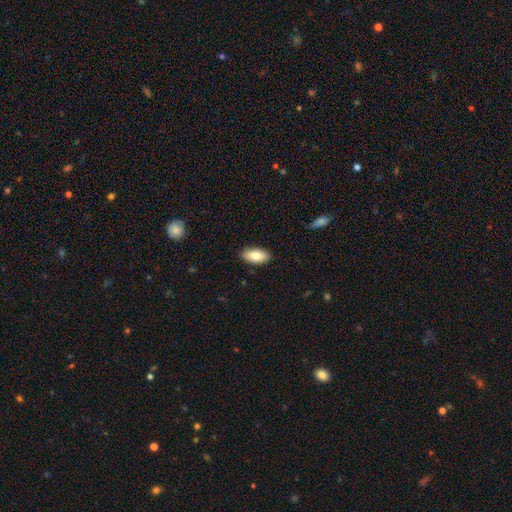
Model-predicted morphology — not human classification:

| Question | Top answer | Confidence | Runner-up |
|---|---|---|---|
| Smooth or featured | smooth | 81% | featured or disk (12%) |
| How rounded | in between | 91% | cigar-shaped (6%) |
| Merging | none | 88% | minor disturbance (9%) |